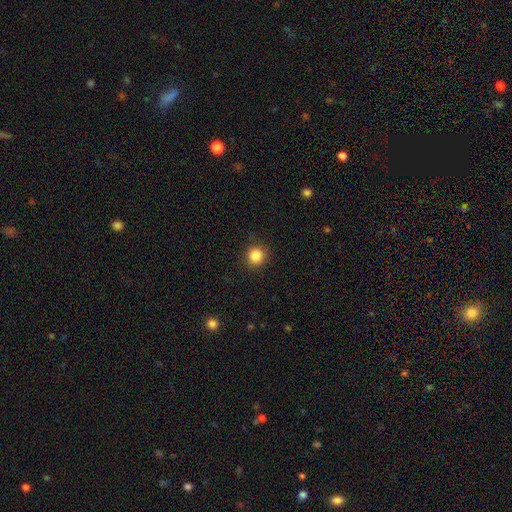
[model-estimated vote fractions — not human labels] smooth_or_featured: smooth (p=0.85) [alt: star or artifact p=0.11]
how_rounded: round (p=0.92) [alt: in between p=0.07]
merging: none (p=0.88) [alt: minor disturbance p=0.08]